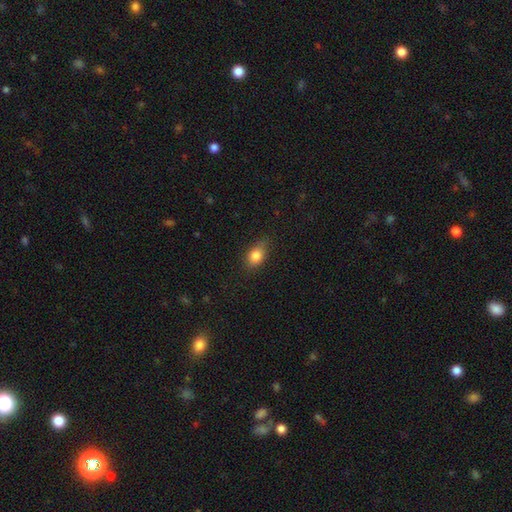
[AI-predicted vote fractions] smooth 82%, star or artifact 9%, featured or disk 9%. Down the decision tree: how rounded — in between (76%); merging — none (75%).